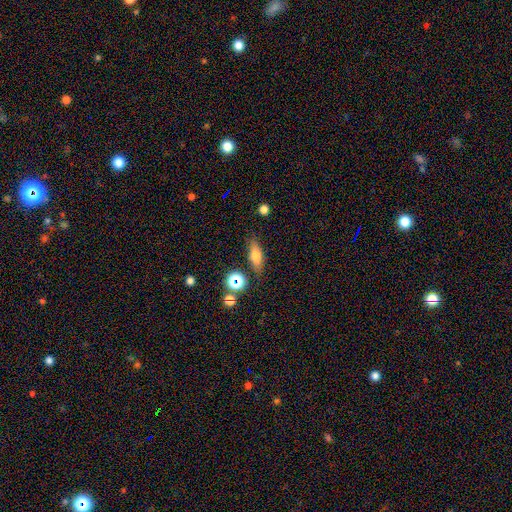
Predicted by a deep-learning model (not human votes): Smooth or featured?
  - smooth: 66% *
  - featured or disk: 23%
  - star or artifact: 11%
How rounded?
  - in between: 59% *
  - cigar-shaped: 34%
  - round: 7%
Merging?
  - none: 81% *
  - minor disturbance: 12%
  - merger: 4%
  - major disturbance: 4%